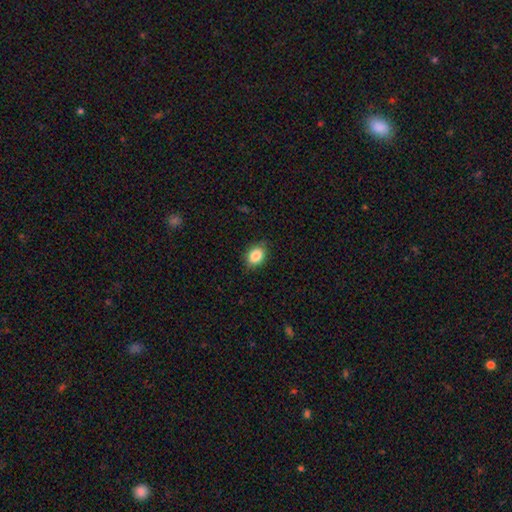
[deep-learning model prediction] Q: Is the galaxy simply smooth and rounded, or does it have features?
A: smooth — 86%.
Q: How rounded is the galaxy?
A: in between — 62%.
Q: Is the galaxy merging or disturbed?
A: none — 84%.